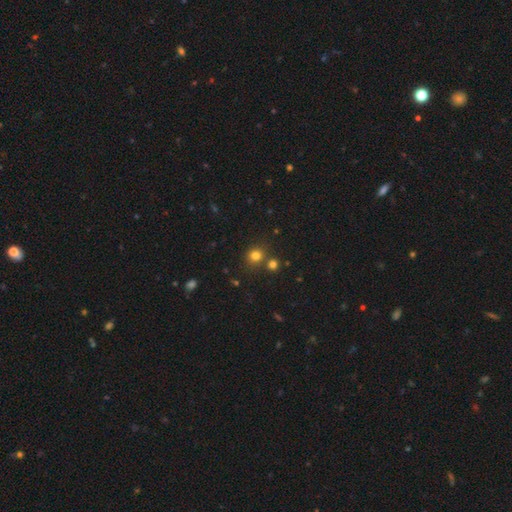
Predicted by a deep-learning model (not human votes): This appears to be a smooth galaxy with no disk features (77%) that is round (82%). Merging: none (75%).